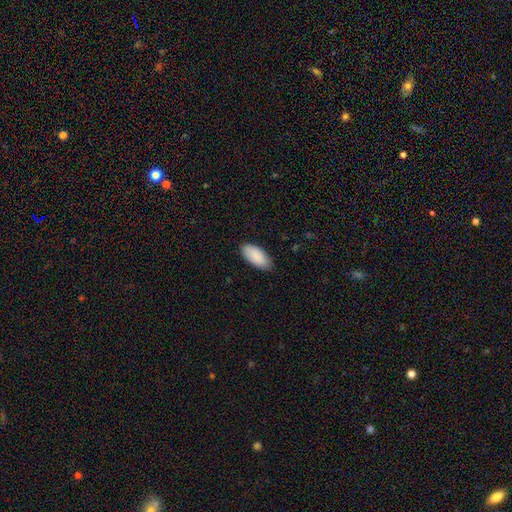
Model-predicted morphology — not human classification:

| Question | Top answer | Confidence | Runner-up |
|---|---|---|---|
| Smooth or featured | smooth | 90% | star or artifact (5%) |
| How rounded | in between | 92% | cigar-shaped (7%) |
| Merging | none | 83% | minor disturbance (14%) |